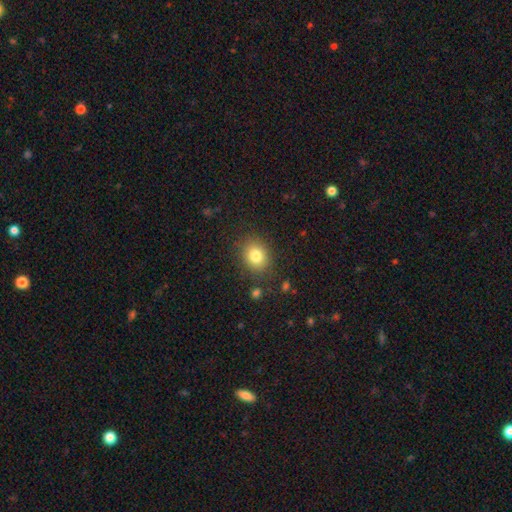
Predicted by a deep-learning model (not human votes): Morphology: type=smooth (81%); roundness=round (61%); merging=none (85%).